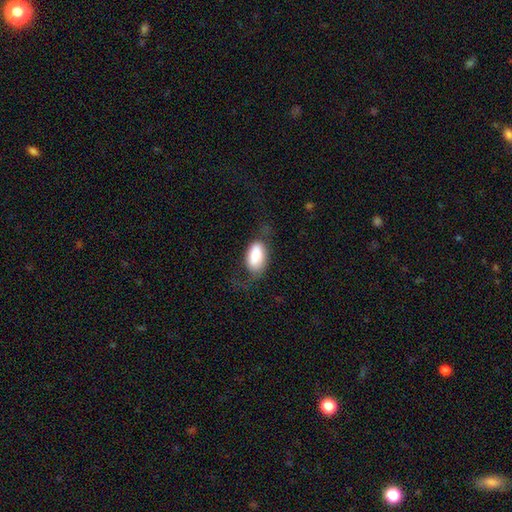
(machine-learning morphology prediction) A smooth galaxy with no disk features (75%) that is in between round and cigar-shaped (93%).

Vote fractions:
- Smooth or featured? smooth: 75% / featured or disk: 19% / star or artifact: 6%
- How rounded? in between: 93% / round: 4% / cigar-shaped: 3%
- Merging? none: 48% / major disturbance: 26% / minor disturbance: 24% / merger: 2%